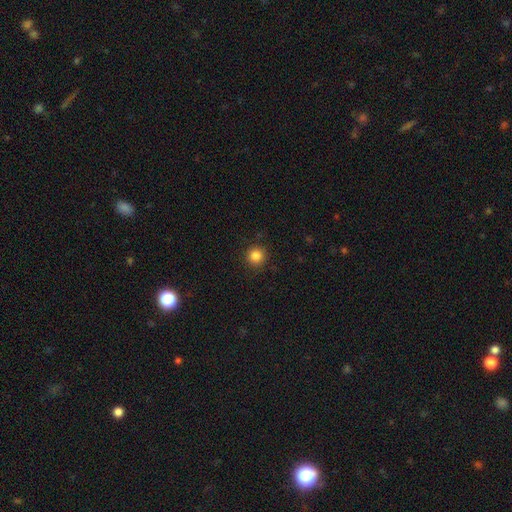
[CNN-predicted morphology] smooth 85%, star or artifact 11%, featured or disk 4%. Down the decision tree: how rounded — round (94%); merging — none (90%).